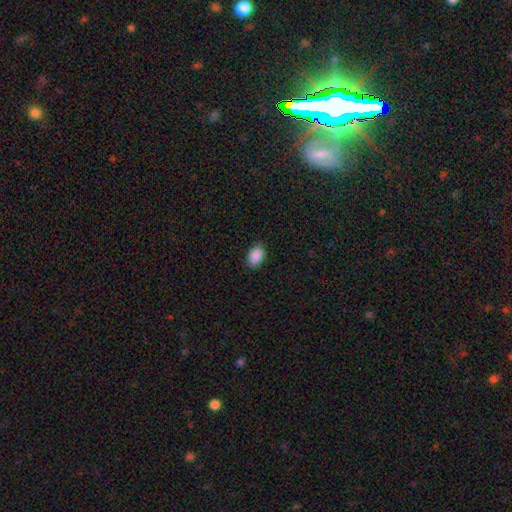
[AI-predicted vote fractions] The model was most divided on "how rounded": in between: 84%, round: 15%, cigar-shaped: 1%. More confident: smooth or featured — smooth (90%); merging — none (86%).